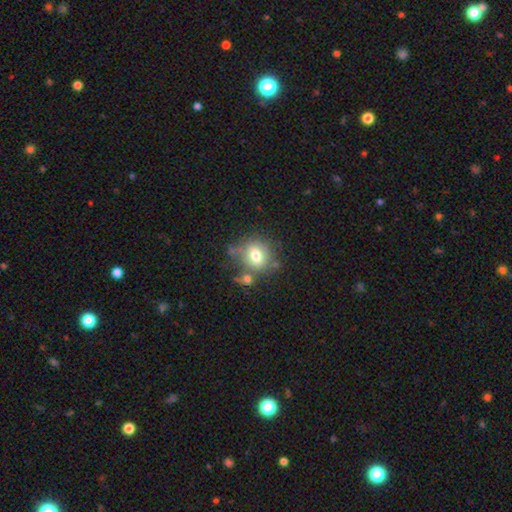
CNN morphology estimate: A smooth galaxy with no disk features (72%) that is round (67%). Merging: none (63%).